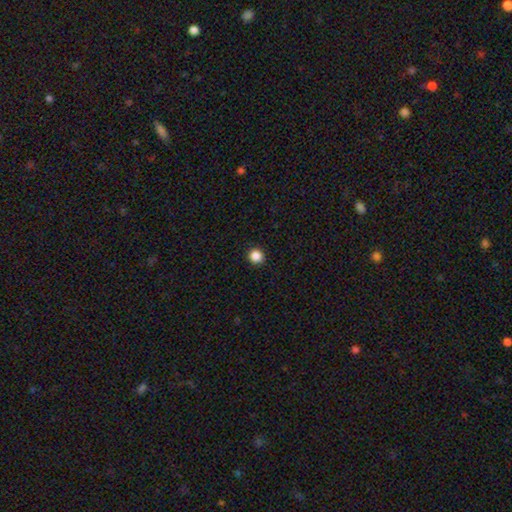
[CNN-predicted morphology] smooth-or-featured: smooth: 86% | star or artifact: 11% | featured or disk: 3%
  how-rounded: round: 94% | in between: 5% | cigar-shaped: 1%
  merging: none: 94% | minor disturbance: 4% | major disturbance: 1% | merger: 1%